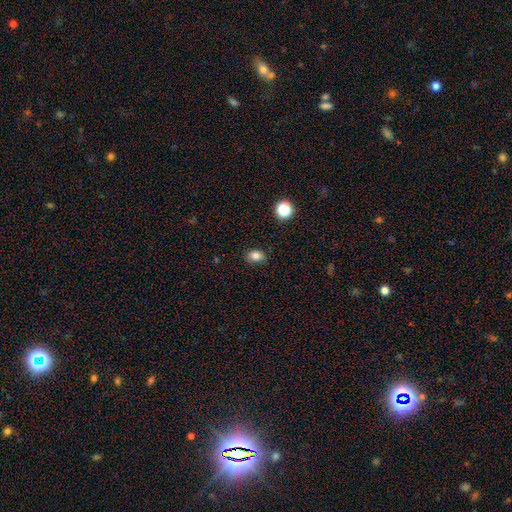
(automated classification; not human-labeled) smooth_or_featured: smooth (p=0.82) [alt: star or artifact p=0.12]
how_rounded: in between (p=0.66) [alt: round p=0.33]
merging: none (p=0.83) [alt: minor disturbance p=0.13]